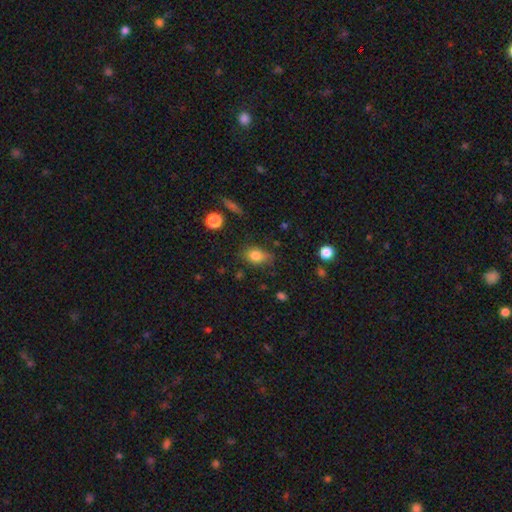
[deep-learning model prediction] Smooth or featured? Predicted: smooth (p=0.82). How rounded? Predicted: in between (p=0.74). Merging? Predicted: none (p=0.67).